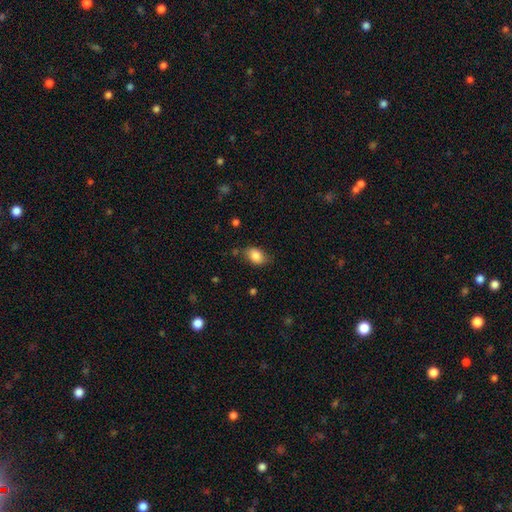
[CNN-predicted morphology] smooth 85%, star or artifact 8%, featured or disk 7%. Down the decision tree: how rounded — in between (81%); merging — none (74%).